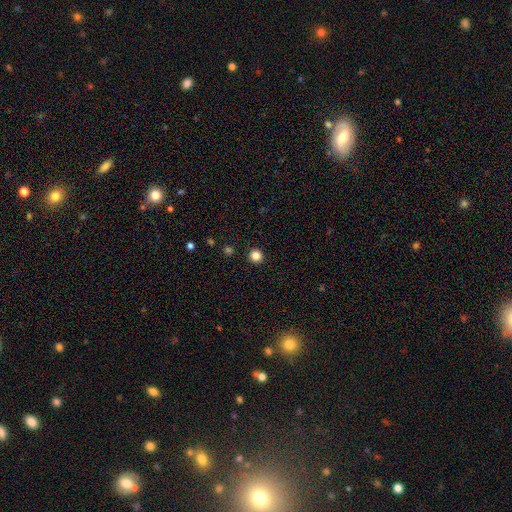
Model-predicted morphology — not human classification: smooth_or_featured: smooth (p=0.85) [alt: star or artifact p=0.12]
how_rounded: round (p=0.95) [alt: in between p=0.04]
merging: none (p=0.93) [alt: minor disturbance p=0.04]